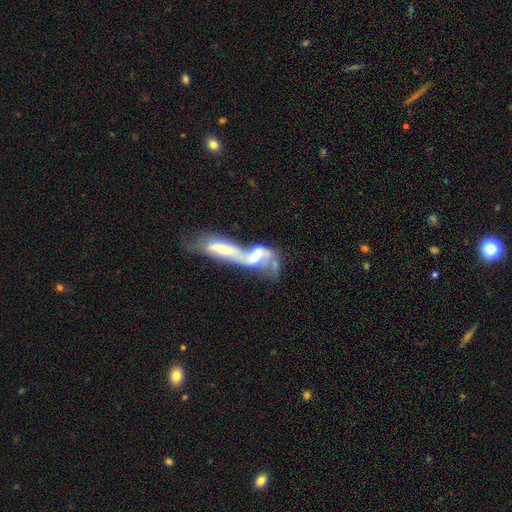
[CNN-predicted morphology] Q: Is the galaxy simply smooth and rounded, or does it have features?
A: featured or disk — 65%.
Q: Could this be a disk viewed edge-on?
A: no — 86%.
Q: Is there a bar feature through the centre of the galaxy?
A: no — 42%.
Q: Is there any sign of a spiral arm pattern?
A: yes — 66%.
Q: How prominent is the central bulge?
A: moderate — 46%.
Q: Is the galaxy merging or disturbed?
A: merger — 81%.